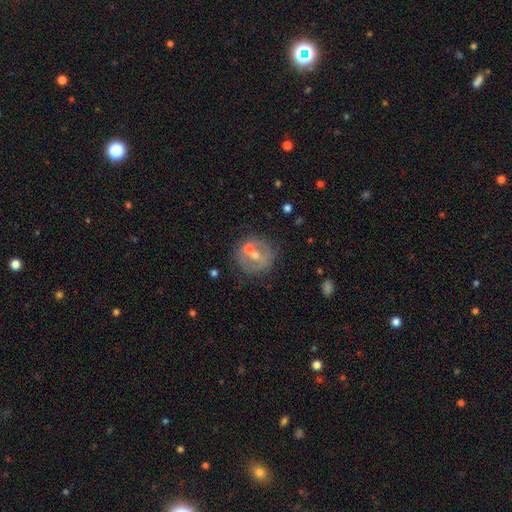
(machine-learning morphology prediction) Smooth or featured?
  - featured or disk: 51% *
  - smooth: 36%
  - star or artifact: 12%
Edge-on disk?
  - no: 95% *
  - yes: 5%
Merging?
  - none: 55% *
  - merger: 26%
  - minor disturbance: 12%
  - major disturbance: 6%